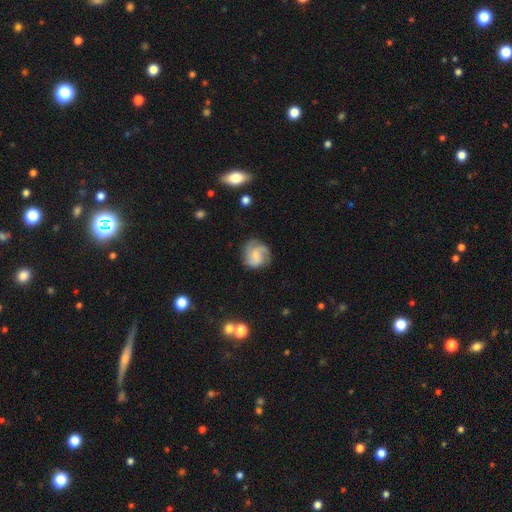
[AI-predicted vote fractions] Smooth or featured: featured or disk — 70% (smooth — 23%)
Edge-on disk: no — 98% (yes — 2%)
Bar: no — 54% (weak — 39%)
Spiral arms: yes — 94% (no — 6%)
Spiral winding: medium — 46% (tight — 35%)
Spiral arm count: 3 — 44% (2 — 24%)
Bulge size: small — 47% (moderate — 29%)
Merging: none — 71% (minor disturbance — 18%)